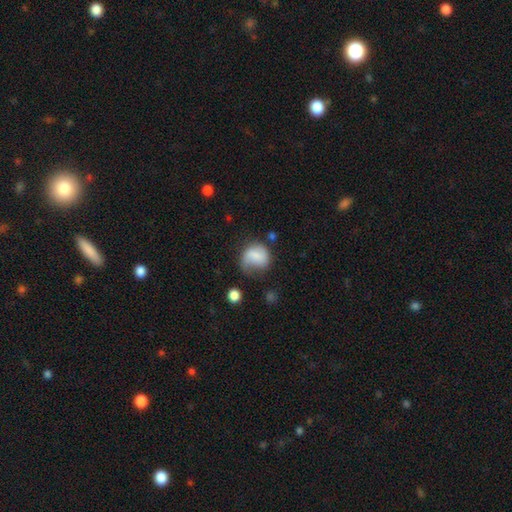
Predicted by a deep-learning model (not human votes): A smooth galaxy with no disk features (67%) that is round (72%). Merging: none (43%).